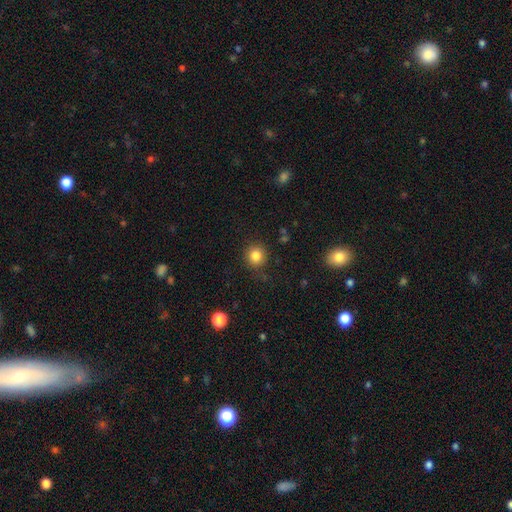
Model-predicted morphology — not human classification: The model was most divided on "smooth or featured": smooth: 83%, star or artifact: 11%, featured or disk: 5%. More confident: how rounded — round (92%); merging — none (87%).